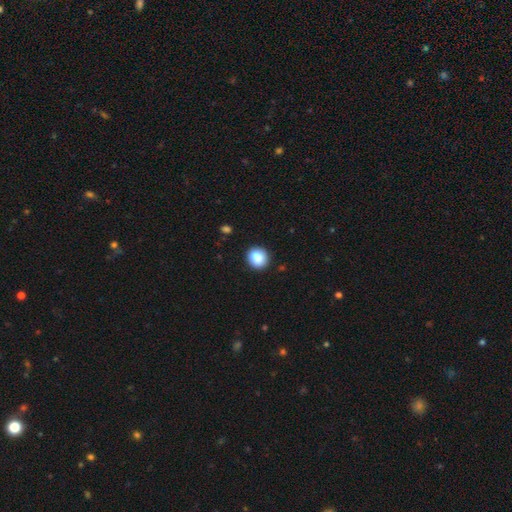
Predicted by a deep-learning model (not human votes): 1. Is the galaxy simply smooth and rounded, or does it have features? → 87% smooth, 9% star or artifact, 5% featured or disk.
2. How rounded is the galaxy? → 77% round, 22% in between, 1% cigar-shaped.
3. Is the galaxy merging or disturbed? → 89% none, 8% minor disturbance, 2% major disturbance, 1% merger.